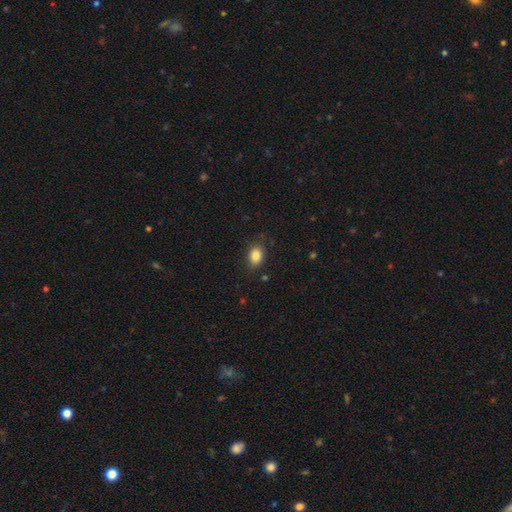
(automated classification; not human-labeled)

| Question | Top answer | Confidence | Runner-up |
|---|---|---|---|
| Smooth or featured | smooth | 85% | star or artifact (9%) |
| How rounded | in between | 73% | round (26%) |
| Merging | none | 83% | minor disturbance (12%) |